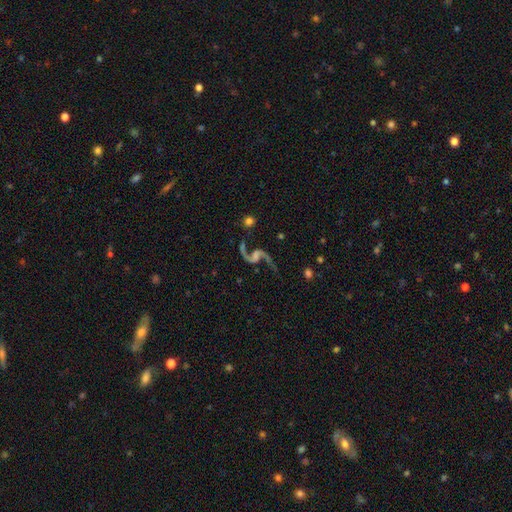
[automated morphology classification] Overall: featured or disk (90%). Edge-on disk: no (98%). Bar: no (47%; weak 38%). Spiral arms: yes (97%). Spiral arm count: 2 (93%). Spiral winding: loose (84%). Bulge size: none (47%; small 29%). Merging: none (67%).